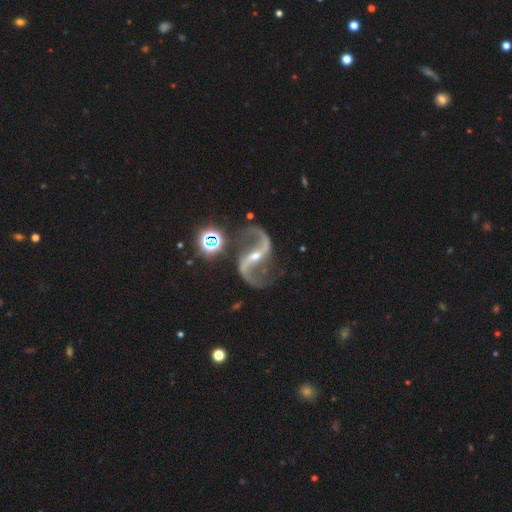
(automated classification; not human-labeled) featured or disk 93%, star or artifact 5%, smooth 2%. Down the decision tree: edge-on disk — no (98%); bar — strong (55%); spiral arms — yes (98%); spiral arm count — 2 (95%); spiral winding — loose (74%); bulge size — small (67%); merging — none (79%).